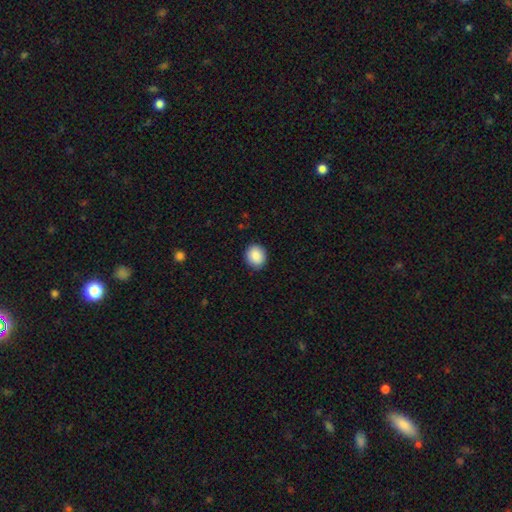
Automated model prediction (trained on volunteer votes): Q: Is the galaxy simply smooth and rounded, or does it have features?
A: smooth — 89%.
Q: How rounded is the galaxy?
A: round — 73%.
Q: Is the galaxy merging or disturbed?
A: none — 89%.